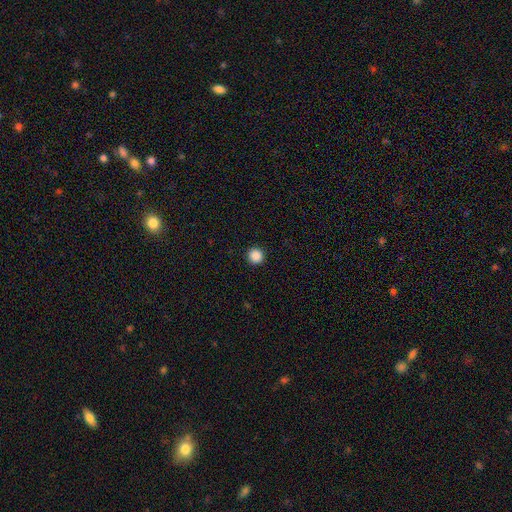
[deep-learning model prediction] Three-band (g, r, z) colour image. It shows a smooth galaxy with no disk features (88%) that is round (96%). Merging: none (94%).